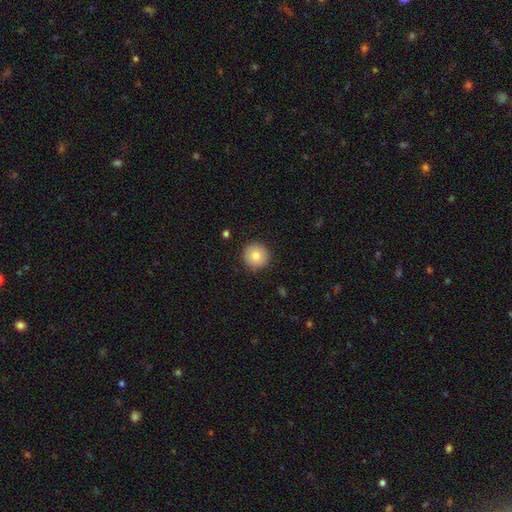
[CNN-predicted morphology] smooth_or_featured: smooth (p=0.81) [alt: featured or disk p=0.10]
how_rounded: round (p=0.95) [alt: in between p=0.04]
merging: none (p=0.90) [alt: minor disturbance p=0.07]